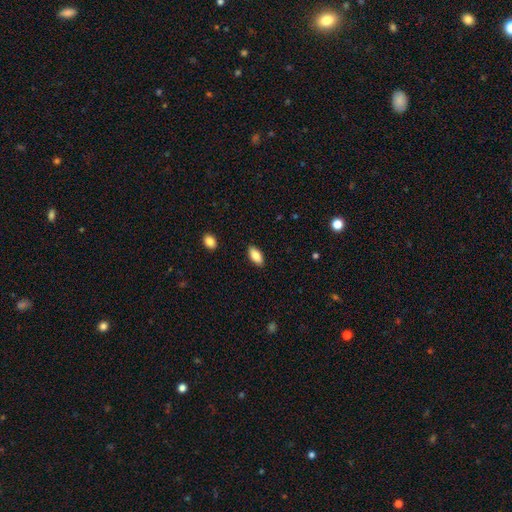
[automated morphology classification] A smooth galaxy with no disk features (86%) that is in between round and cigar-shaped (89%). Merging: none (88%).